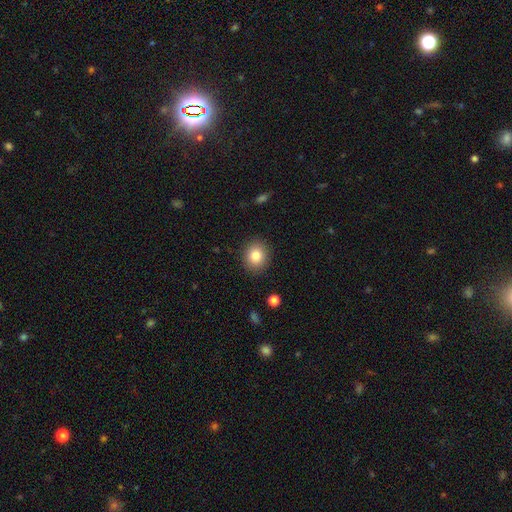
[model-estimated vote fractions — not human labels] smooth_or_featured: smooth (p=0.83) [alt: star or artifact p=0.09]
how_rounded: round (p=0.73) [alt: in between p=0.26]
merging: none (p=0.89) [alt: minor disturbance p=0.07]